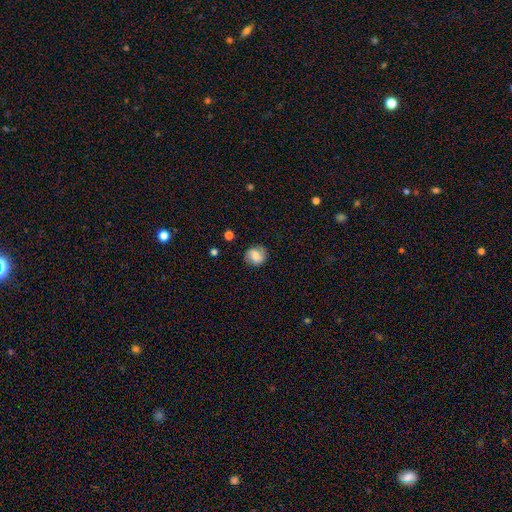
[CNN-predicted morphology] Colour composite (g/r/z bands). It shows a smooth galaxy with no disk features (65%) that is round (79%). Merging: none (79%).